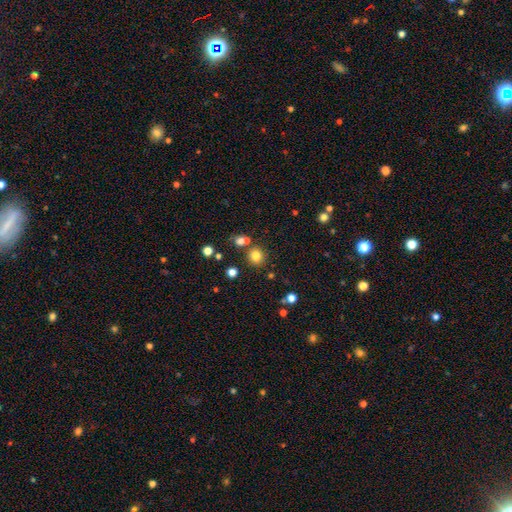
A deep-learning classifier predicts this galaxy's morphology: smooth-or-featured: smooth: 79% | star or artifact: 14% | featured or disk: 7%
  how-rounded: round: 87% | in between: 12% | cigar-shaped: 1%
  merging: none: 75% | merger: 14% | minor disturbance: 8% | major disturbance: 3%